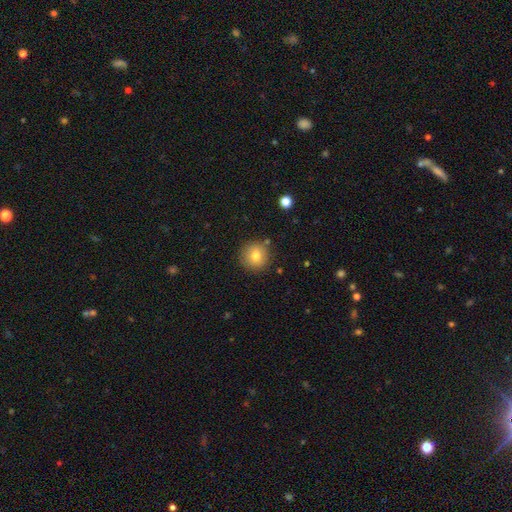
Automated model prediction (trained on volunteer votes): Morphology: type=smooth (79%); roundness=round (93%); merging=none (85%).